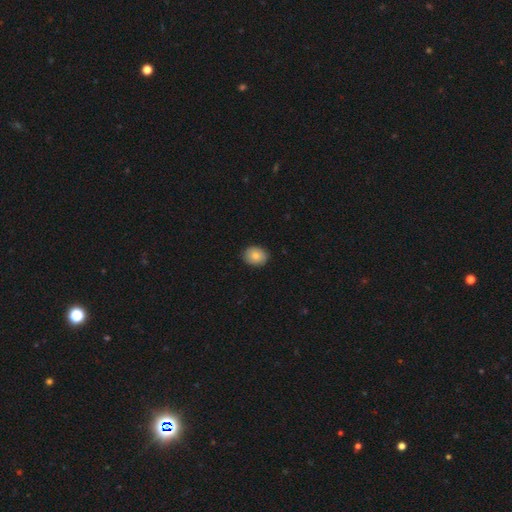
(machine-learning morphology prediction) smooth-or-featured: smooth: 84% | featured or disk: 9% | star or artifact: 8%
  how-rounded: round: 54% | in between: 46% | cigar-shaped: 1%
  merging: none: 87% | minor disturbance: 10% | major disturbance: 2% | merger: 1%